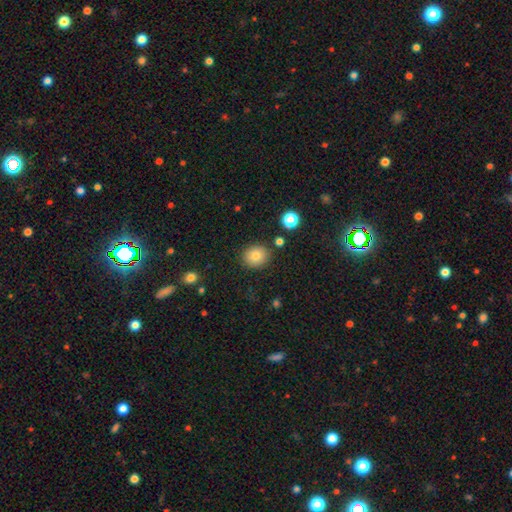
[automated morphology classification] The model was most divided on "how rounded": round: 75%, in between: 24%, cigar-shaped: 1%. More confident: merging — none (86%); smooth or featured — smooth (81%).